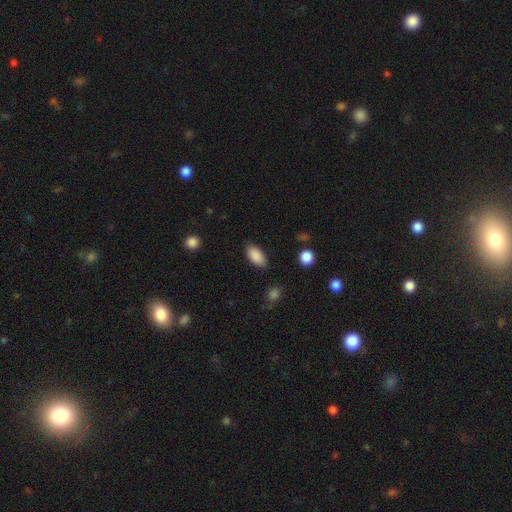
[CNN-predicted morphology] Smooth or featured?
  - smooth: 89% *
  - star or artifact: 7%
  - featured or disk: 4%
How rounded?
  - in between: 93% *
  - cigar-shaped: 4%
  - round: 3%
Merging?
  - none: 84% *
  - minor disturbance: 11%
  - major disturbance: 3%
  - merger: 1%